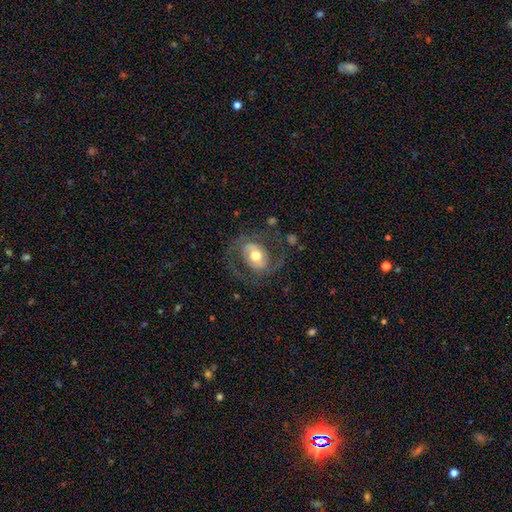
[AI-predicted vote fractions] Smooth or featured? Predicted: featured or disk (p=0.73). Edge-on disk? Predicted: no (p=0.97). Bar? Predicted: no (p=0.48). Spiral arms? Predicted: yes (p=0.81). Spiral winding? Predicted: medium (p=0.51). Spiral arm count? Predicted: 2 (p=0.85). Bulge size? Predicted: moderate (p=0.69). Merging? Predicted: none (p=0.67).